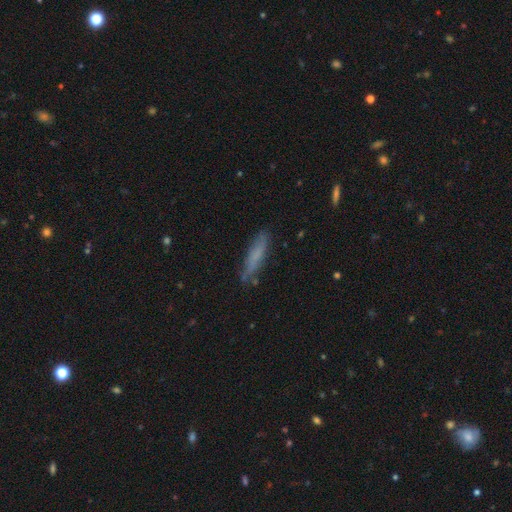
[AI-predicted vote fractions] smooth 67%, featured or disk 25%, star or artifact 8%. Down the decision tree: how rounded — cigar-shaped (83%); merging — none (76%).